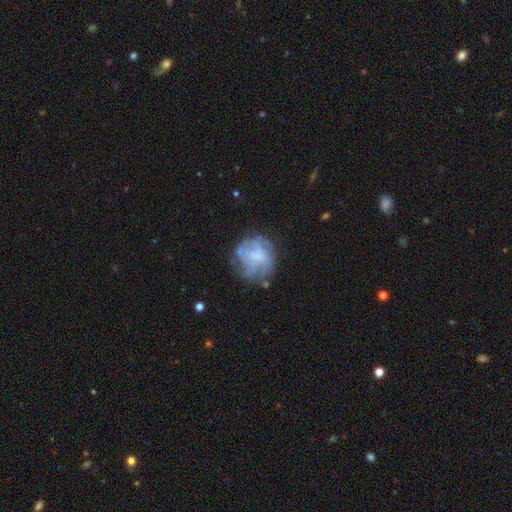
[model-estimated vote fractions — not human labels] Smooth or featured?
  - featured or disk: 66% *
  - smooth: 25%
  - star or artifact: 9%
Edge-on disk?
  - no: 98% *
  - yes: 2%
Bar?
  - no: 59% *
  - weak: 35%
  - strong: 6%
Spiral arms?
  - yes: 67% *
  - no: 33%
Bulge size?
  - none: 39% *
  - moderate: 29%
  - small: 24%
  - large: 7%
  - dominant: 1%
Merging?
  - none: 61% *
  - minor disturbance: 20%
  - major disturbance: 15%
  - merger: 3%